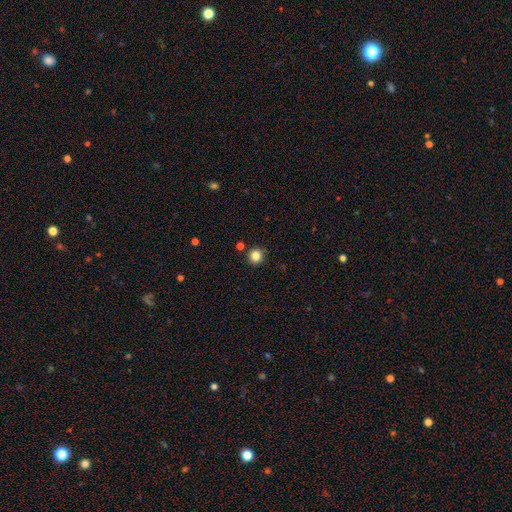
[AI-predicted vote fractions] Smooth or featured?
  - smooth: 84% *
  - star or artifact: 12%
  - featured or disk: 4%
How rounded?
  - round: 93% *
  - in between: 7%
  - cigar-shaped: 1%
Merging?
  - none: 88% *
  - minor disturbance: 7%
  - merger: 3%
  - major disturbance: 2%